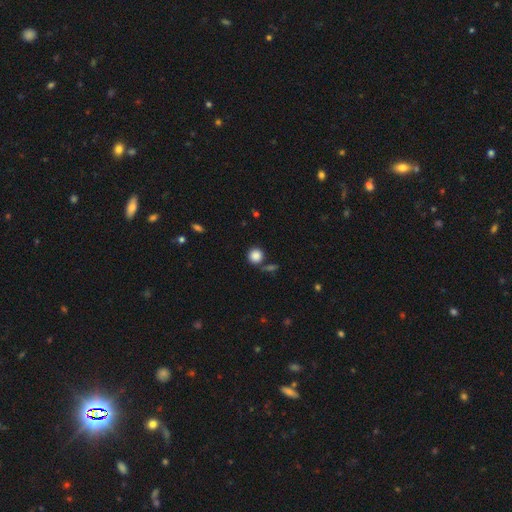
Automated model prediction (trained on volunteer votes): Smooth or featured? Predicted: smooth (p=0.86). How rounded? Predicted: round (p=0.88). Merging? Predicted: none (p=0.76).